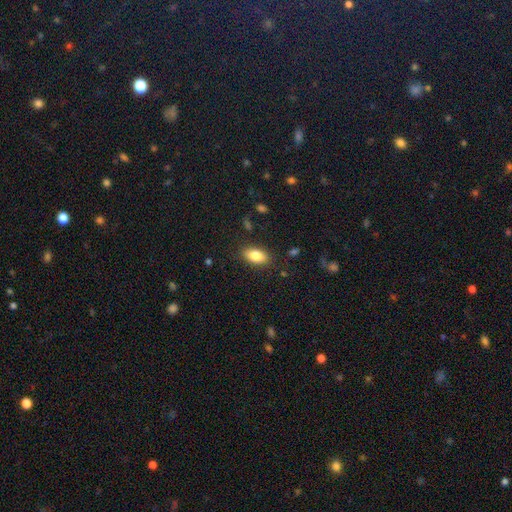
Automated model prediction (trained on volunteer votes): smooth-or-featured: smooth: 83% | featured or disk: 9% | star or artifact: 8%
  how-rounded: in between: 90% | round: 6% | cigar-shaped: 4%
  merging: none: 86% | minor disturbance: 10% | major disturbance: 3% | merger: 1%